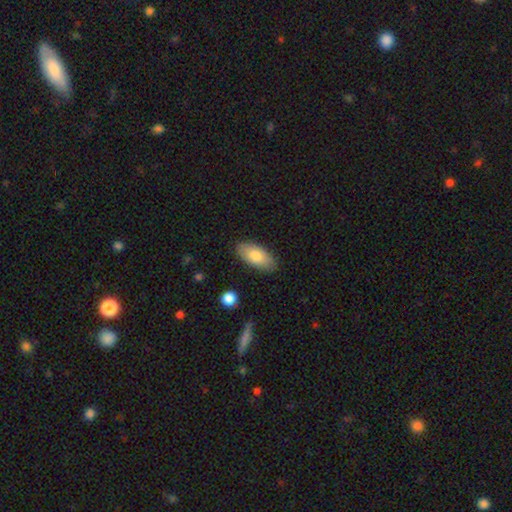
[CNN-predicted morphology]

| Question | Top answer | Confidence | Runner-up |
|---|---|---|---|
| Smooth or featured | smooth | 79% | featured or disk (16%) |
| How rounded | in between | 91% | cigar-shaped (7%) |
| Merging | none | 84% | minor disturbance (12%) |